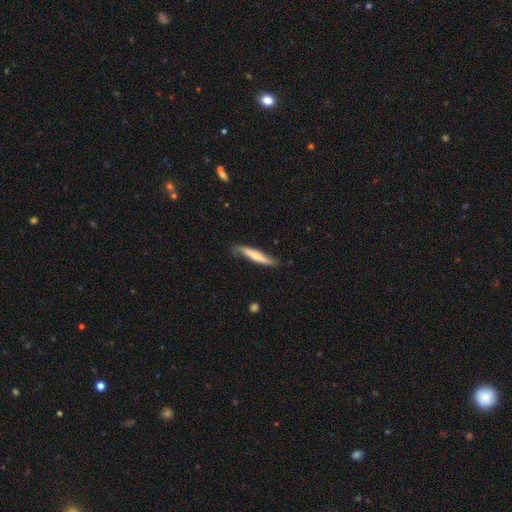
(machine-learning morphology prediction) A smooth galaxy with no disk features (49%).

Vote fractions:
- Smooth or featured? smooth: 49% / featured or disk: 46% / star or artifact: 5%
- Merging? none: 67% / minor disturbance: 25% / major disturbance: 6% / merger: 2%